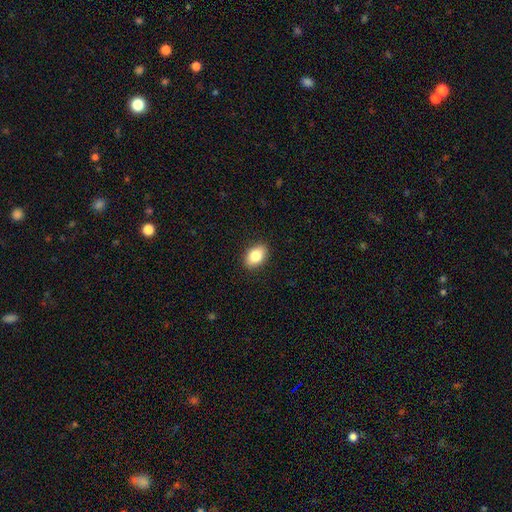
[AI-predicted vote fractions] Smooth or featured? Predicted: smooth (p=0.85). How rounded? Predicted: in between (p=0.84). Merging? Predicted: none (p=0.89).